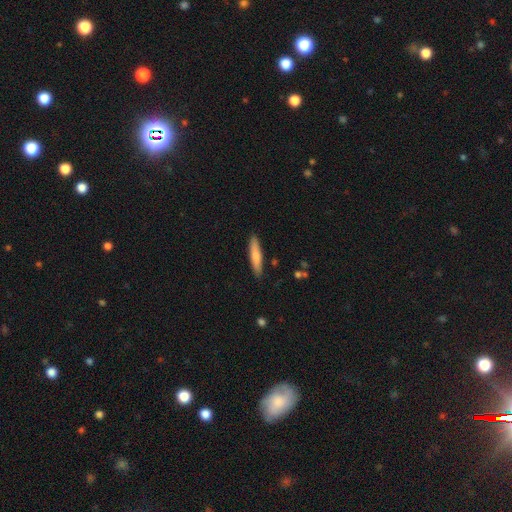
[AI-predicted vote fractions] Smooth or featured?
  - smooth: 75% *
  - featured or disk: 19%
  - star or artifact: 5%
How rounded?
  - cigar-shaped: 87% *
  - in between: 12%
  - round: 1%
Merging?
  - none: 88% *
  - minor disturbance: 8%
  - major disturbance: 2%
  - merger: 1%